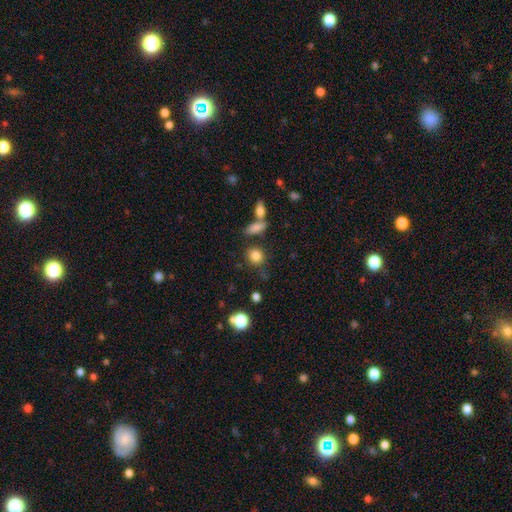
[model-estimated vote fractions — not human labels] A smooth galaxy with no disk features (83%) that is round (72%).

Vote fractions:
- Smooth or featured? smooth: 83% / star or artifact: 11% / featured or disk: 6%
- How rounded? round: 72% / in between: 26% / cigar-shaped: 2%
- Merging? none: 70% / minor disturbance: 13% / merger: 12% / major disturbance: 5%